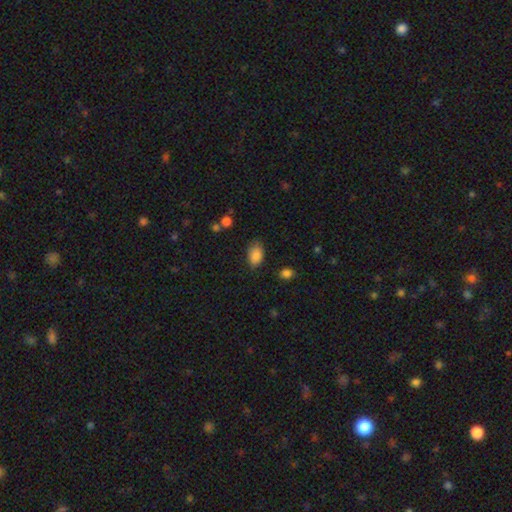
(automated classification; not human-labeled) The model was most divided on "merging": none: 70%, minor disturbance: 24%, major disturbance: 5%, merger: 2%. More confident: how rounded — in between (88%); smooth or featured — smooth (86%).